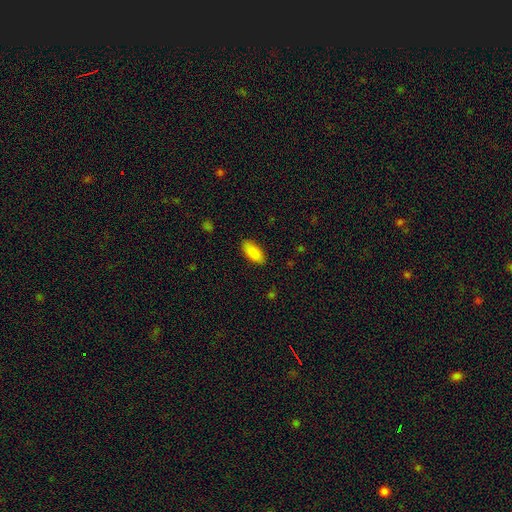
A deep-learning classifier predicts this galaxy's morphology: type=smooth (89%); roundness=in between (87%); merging=none (87%).